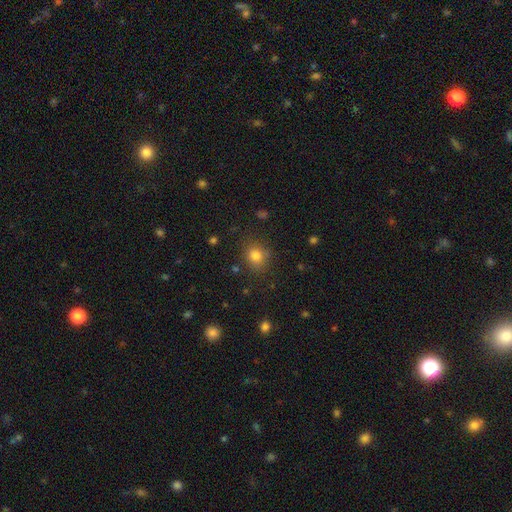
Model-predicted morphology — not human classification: This is clearly a smooth galaxy (81%). How rounded: likely round (75%). Merging: clearly none (81%).